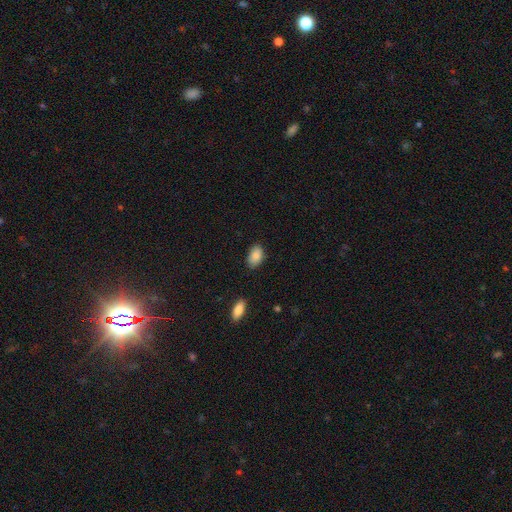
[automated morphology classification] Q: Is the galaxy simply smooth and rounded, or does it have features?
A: smooth — 86%.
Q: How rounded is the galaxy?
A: in between — 92%.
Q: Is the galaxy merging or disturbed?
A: none — 82%.